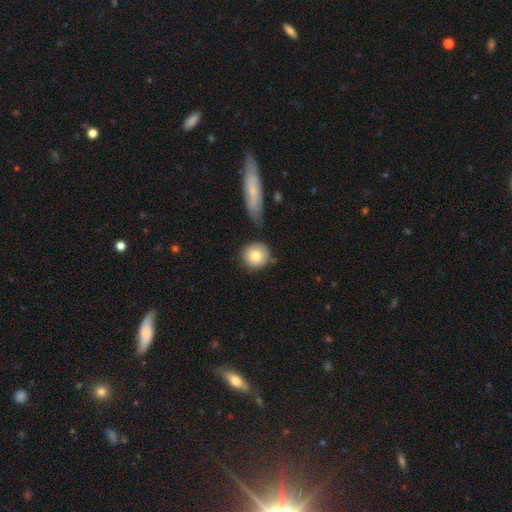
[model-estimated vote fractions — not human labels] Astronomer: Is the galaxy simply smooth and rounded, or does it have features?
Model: smooth — 83%.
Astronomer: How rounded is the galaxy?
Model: round — 91%.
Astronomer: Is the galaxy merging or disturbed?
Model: none — 74%.